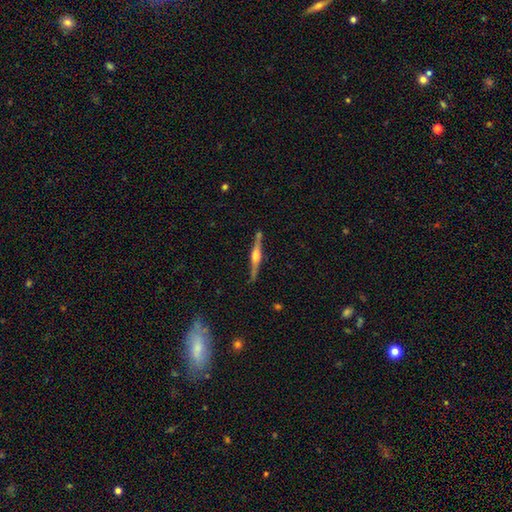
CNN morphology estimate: Smooth or featured? Predicted: featured or disk (p=0.77). Edge-on disk? Predicted: yes (p=0.98). Edge-on bulge? Predicted: rounded (p=0.85). Merging? Predicted: none (p=0.83).